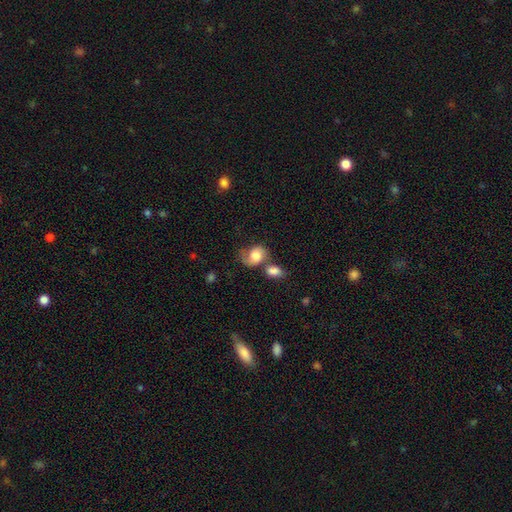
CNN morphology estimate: type=smooth (61%); roundness=in between (56%); merging=none (33%).